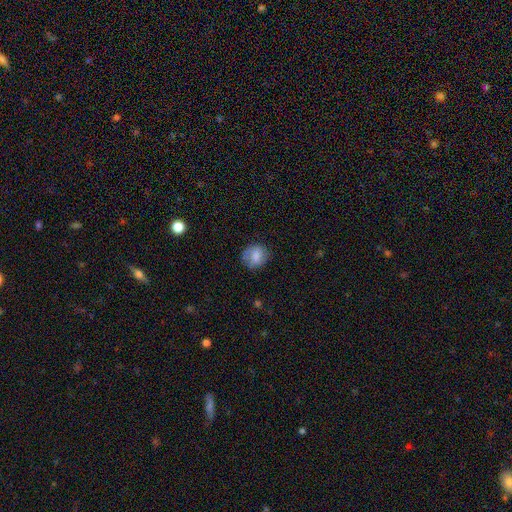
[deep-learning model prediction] Overall: smooth (75%). How rounded: round (70%). Merging: none (72%).